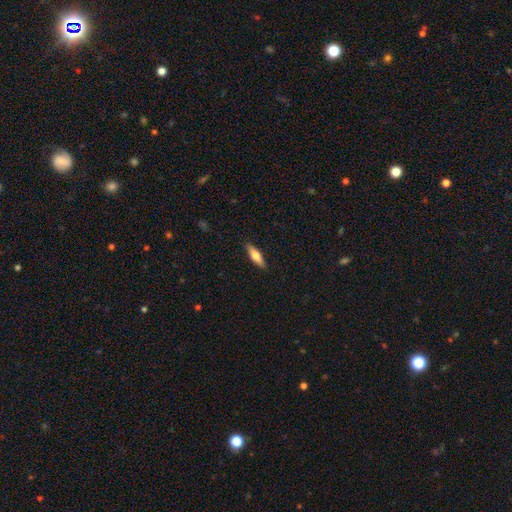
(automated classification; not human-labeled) Overall: smooth (58%; featured or disk 36%). How rounded: cigar-shaped (59%; in between 39%). Merging: none (89%).